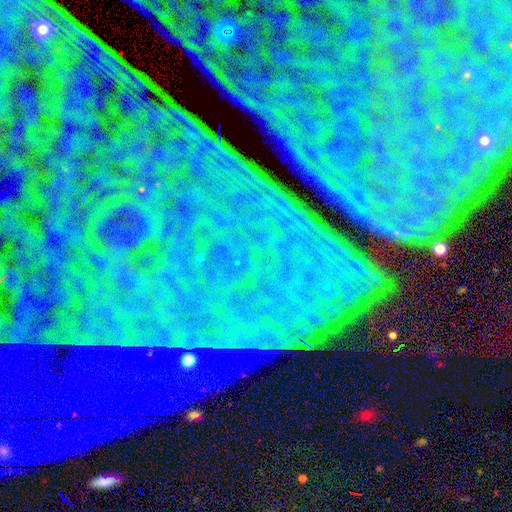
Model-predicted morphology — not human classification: Smooth or featured? star or artifact (87%)